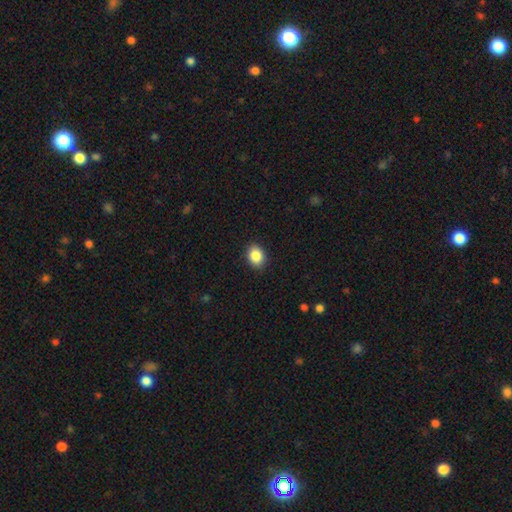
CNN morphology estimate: smooth-or-featured: smooth: 87% | star or artifact: 9% | featured or disk: 5%
  how-rounded: in between: 58% | round: 41% | cigar-shaped: 1%
  merging: none: 89% | minor disturbance: 8% | major disturbance: 2% | merger: 1%